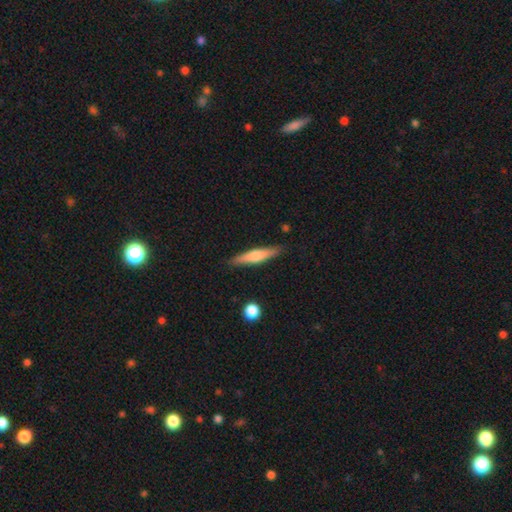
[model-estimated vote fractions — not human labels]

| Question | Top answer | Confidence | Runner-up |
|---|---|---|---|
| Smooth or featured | smooth | 54% | featured or disk (40%) |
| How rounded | cigar-shaped | 87% | in between (12%) |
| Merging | none | 87% | minor disturbance (9%) |